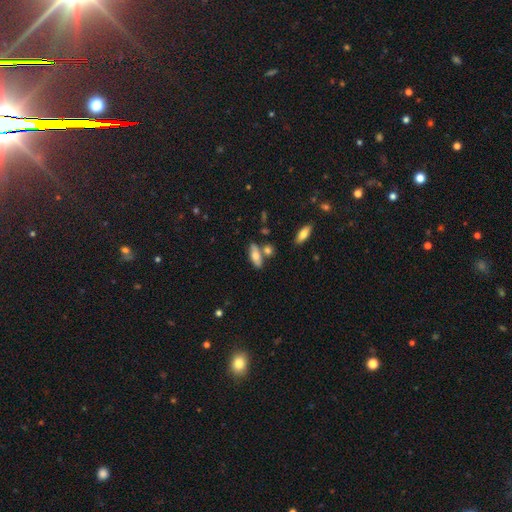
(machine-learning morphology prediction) Q: Smooth or featured?
A: smooth (70%); runner-up: featured or disk (23%)
Q: How rounded?
A: in between (65%); runner-up: cigar-shaped (32%)
Q: Merging?
A: none (66%); runner-up: merger (17%)